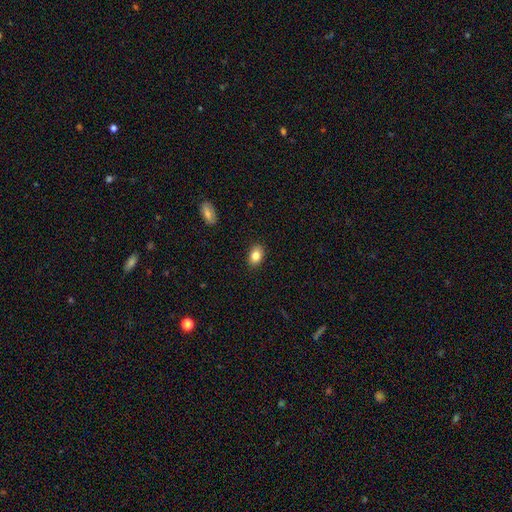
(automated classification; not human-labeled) A smooth galaxy with no disk features (84%) that is in between round and cigar-shaped (80%). Merging: none (89%).